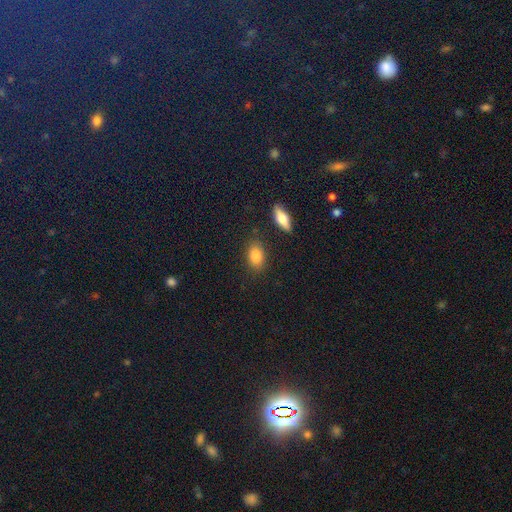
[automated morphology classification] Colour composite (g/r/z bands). It shows a smooth galaxy with no disk features (84%) that is in between round and cigar-shaped (81%). Merging: none (83%).